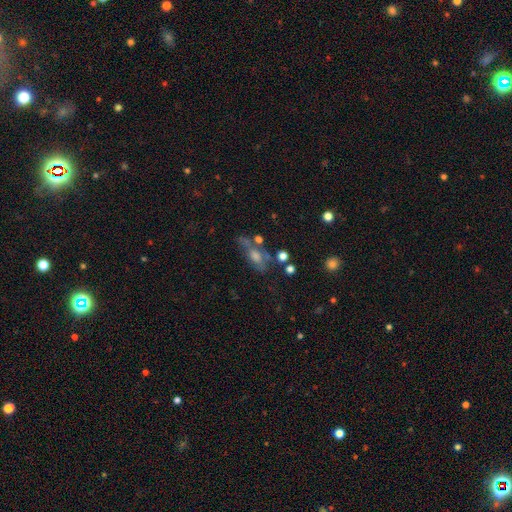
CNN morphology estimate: Smooth or featured: featured or disk — 44% (smooth — 36%)
Merging: none — 43% (minor disturbance — 21%)